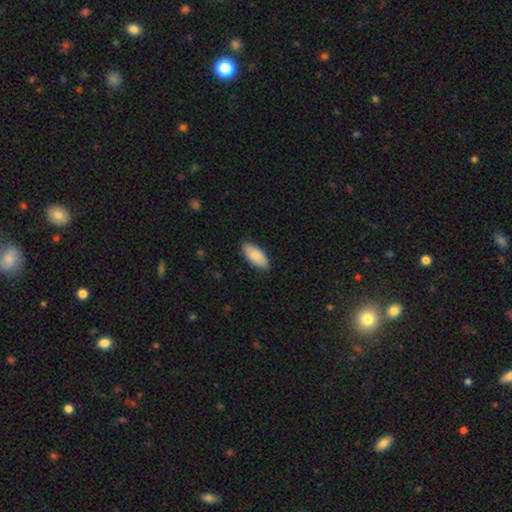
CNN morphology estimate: The model was most divided on "smooth or featured": smooth: 85%, featured or disk: 10%, star or artifact: 6%. More confident: how rounded — in between (89%); merging — none (86%).